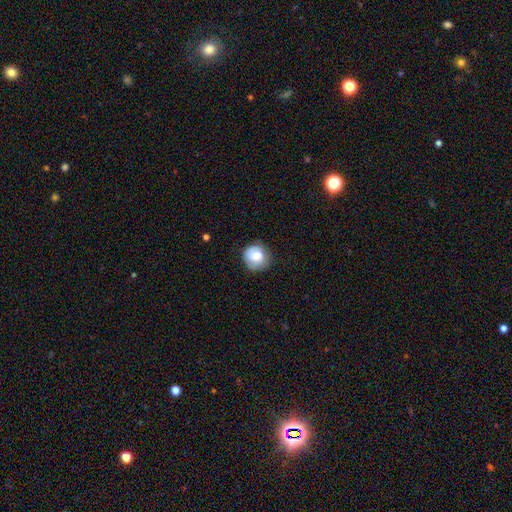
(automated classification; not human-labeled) A smooth galaxy with no disk features (75%) that is round (92%). Merging: none (76%).